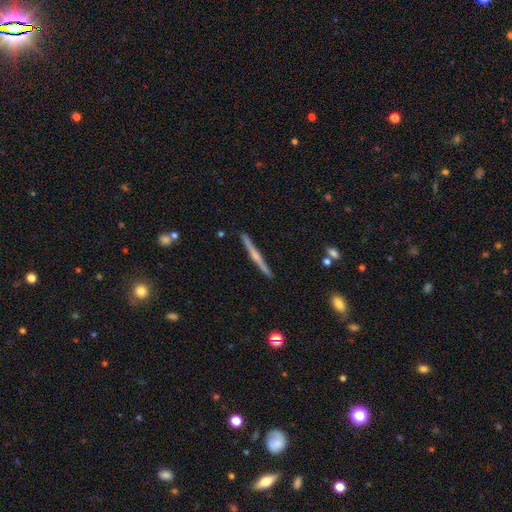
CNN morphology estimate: Smooth or featured: featured or disk — 65% (smooth — 29%)
Edge-on disk: yes — 98% (no — 2%)
Edge-on bulge: rounded — 59% (none — 31%)
Merging: none — 91% (minor disturbance — 6%)